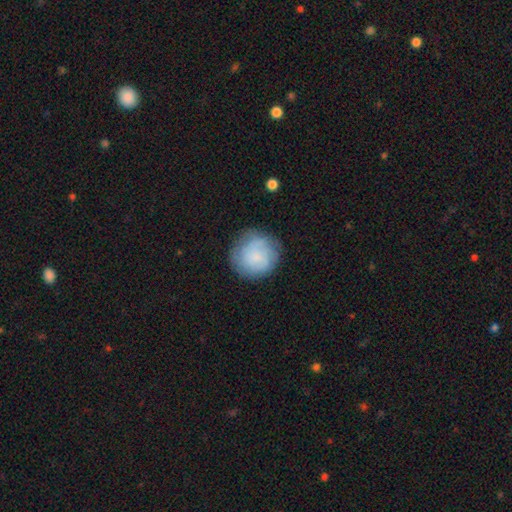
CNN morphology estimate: Smooth or featured? smooth (59%)
How rounded? round (90%)
Merging? none (73%)